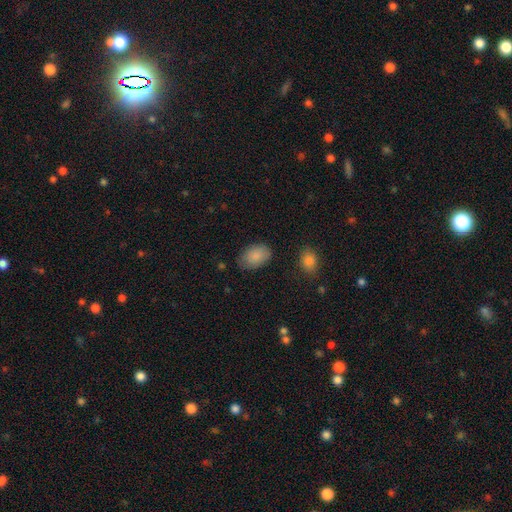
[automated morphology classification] smooth-or-featured: smooth: 88% | star or artifact: 7% | featured or disk: 6%
  how-rounded: in between: 88% | round: 11% | cigar-shaped: 1%
  merging: none: 78% | minor disturbance: 16% | major disturbance: 4% | merger: 2%